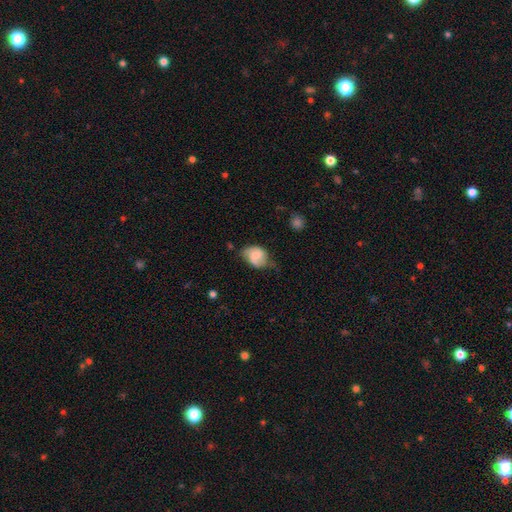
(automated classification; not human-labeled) smooth-or-featured: smooth: 59% | featured or disk: 33% | star or artifact: 8%
  how-rounded: in between: 59% | round: 39% | cigar-shaped: 1%
  merging: none: 43% | minor disturbance: 39% | major disturbance: 14% | merger: 3%